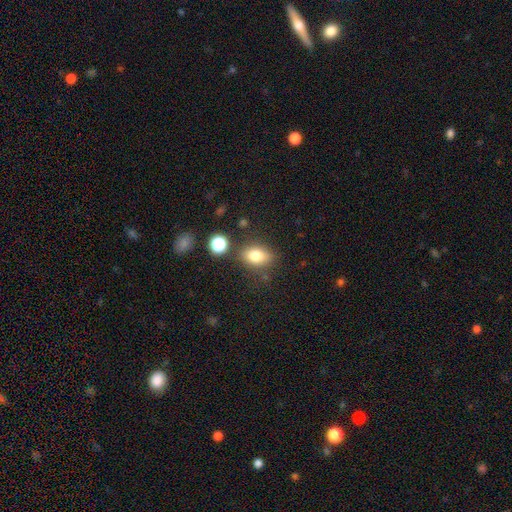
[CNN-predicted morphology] Smooth or featured? Predicted: smooth (p=0.78). How rounded? Predicted: in between (p=0.73). Merging? Predicted: none (p=0.77).